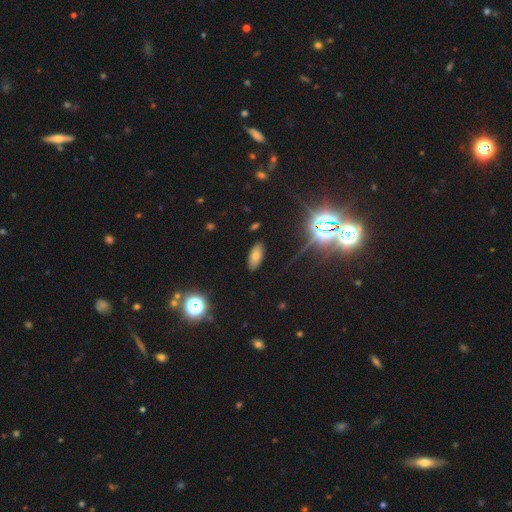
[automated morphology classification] smooth 68%, star or artifact 20%, featured or disk 13%. Down the decision tree: how rounded — in between (90%); merging — none (88%).